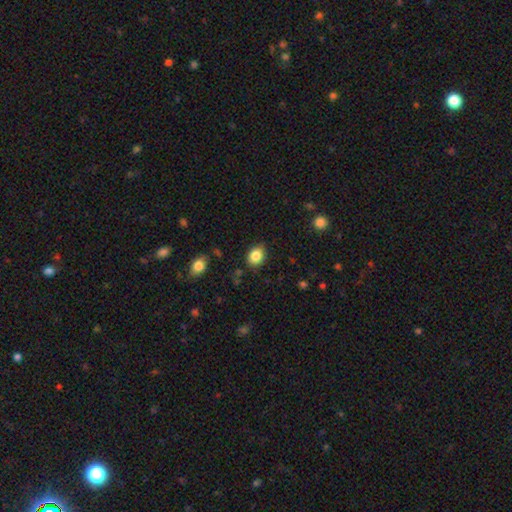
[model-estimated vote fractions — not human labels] Q: Smooth or featured?
A: smooth (85%); runner-up: star or artifact (9%)
Q: How rounded?
A: in between (53%); runner-up: round (46%)
Q: Merging?
A: none (83%); runner-up: minor disturbance (13%)